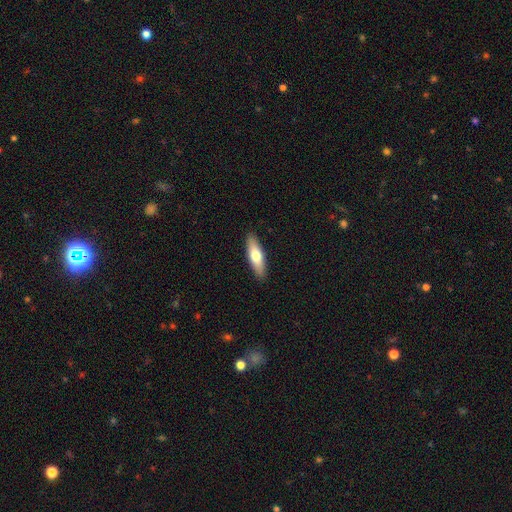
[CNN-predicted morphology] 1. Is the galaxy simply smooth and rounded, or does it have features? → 66% smooth, 28% featured or disk, 6% star or artifact.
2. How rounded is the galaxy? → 51% cigar-shaped, 47% in between, 2% round.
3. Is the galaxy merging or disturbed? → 90% none, 8% minor disturbance, 2% major disturbance, 1% merger.